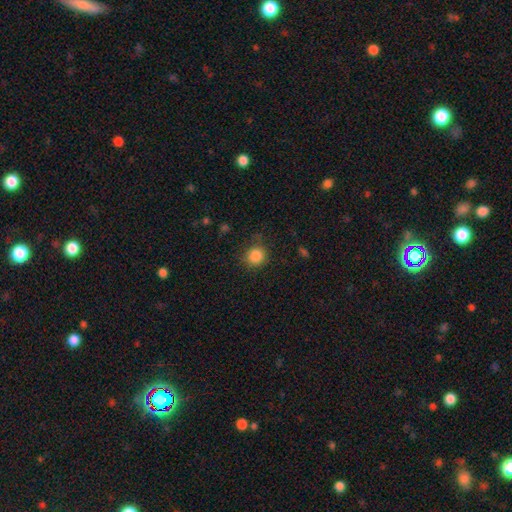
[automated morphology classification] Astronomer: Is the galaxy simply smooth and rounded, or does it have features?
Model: smooth — 85%.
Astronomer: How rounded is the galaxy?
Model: round — 86%.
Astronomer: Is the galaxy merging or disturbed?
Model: none — 79%.